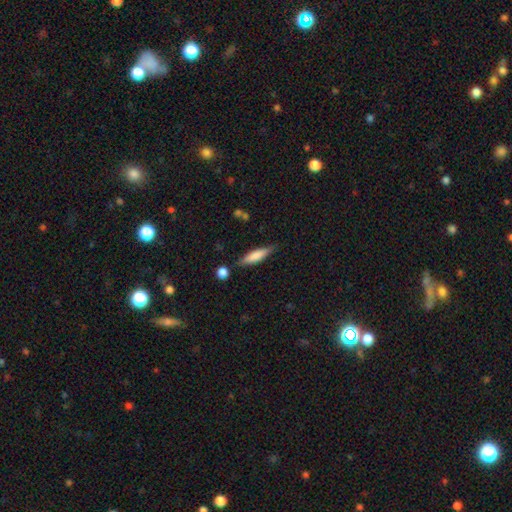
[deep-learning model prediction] smooth-or-featured: smooth: 71% | featured or disk: 23% | star or artifact: 6%
  how-rounded: cigar-shaped: 72% | in between: 27% | round: 2%
  merging: none: 79% | minor disturbance: 14% | merger: 4% | major disturbance: 3%